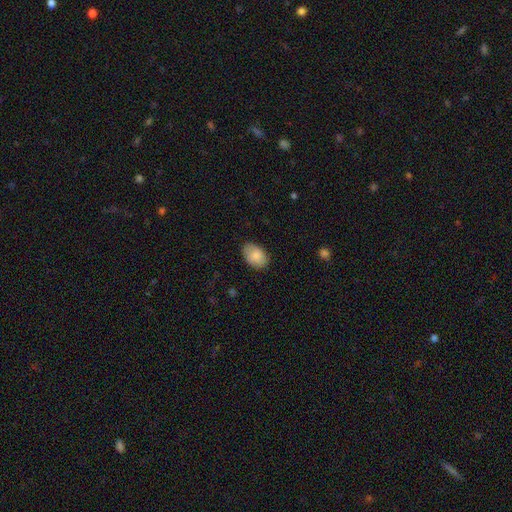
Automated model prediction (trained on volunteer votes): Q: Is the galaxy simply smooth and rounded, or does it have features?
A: smooth — 86%.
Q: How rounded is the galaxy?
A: in between — 87%.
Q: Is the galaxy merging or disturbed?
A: none — 81%.